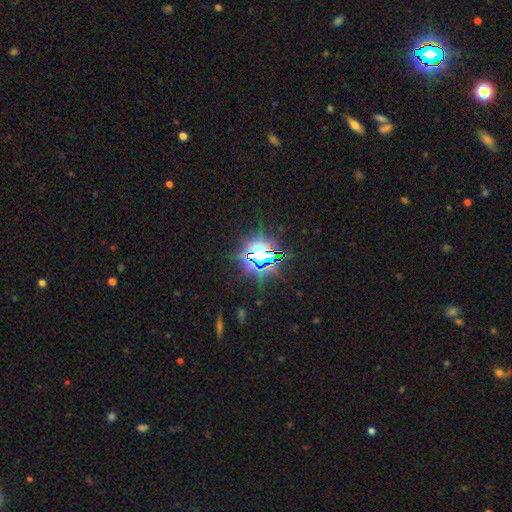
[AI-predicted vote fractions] Overall: star or artifact (77%).